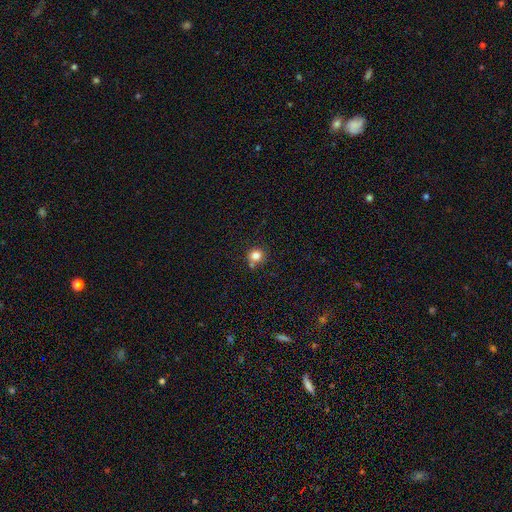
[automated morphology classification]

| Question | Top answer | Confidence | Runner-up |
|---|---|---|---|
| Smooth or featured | smooth | 81% | star or artifact (12%) |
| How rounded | round | 89% | in between (10%) |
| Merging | none | 69% | merger (14%) |